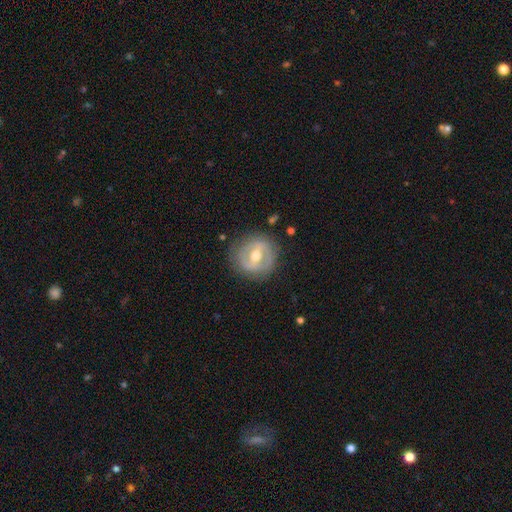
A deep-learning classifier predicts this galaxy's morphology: A featured or disk galaxy (65%) with a weak bar (41%), no spiral arms (58%) and a moderate central bulge (76%).

Vote fractions:
- Smooth or featured? featured or disk: 65% / smooth: 29% / star or artifact: 6%
- Edge-on disk? no: 95% / yes: 5%
- Bar? weak: 41% / strong: 40% / no: 19%
- Spiral arms? no: 58% / yes: 42%
- Bulge size? moderate: 76% / small: 15% / large: 7% / none: 1% / dominant: 1%
- Merging? none: 82% / minor disturbance: 12% / major disturbance: 5% / merger: 1%